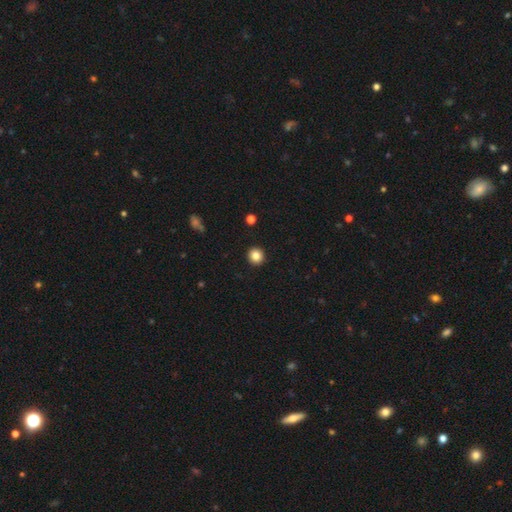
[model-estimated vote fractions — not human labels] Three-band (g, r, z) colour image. It shows a smooth galaxy with no disk features (84%) that is round (94%). Merging: none (93%).